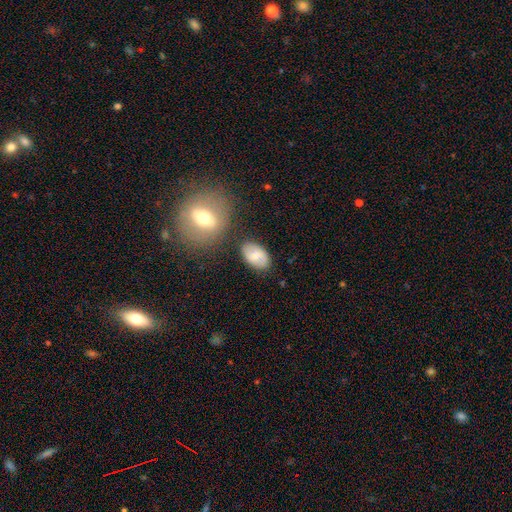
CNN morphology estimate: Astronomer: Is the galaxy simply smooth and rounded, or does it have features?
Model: smooth — 62%.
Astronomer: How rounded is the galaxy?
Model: in between — 91%.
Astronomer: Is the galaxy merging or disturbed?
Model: none — 77%.